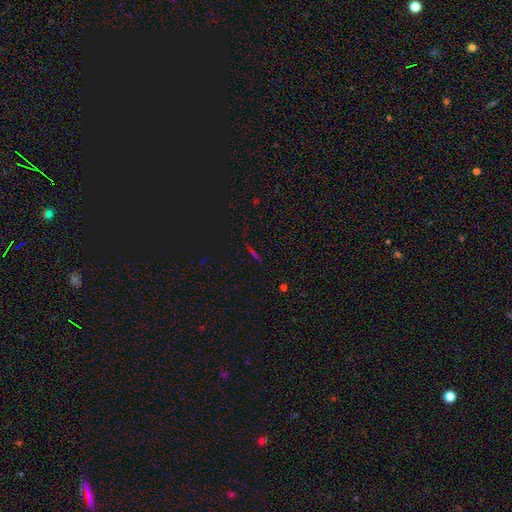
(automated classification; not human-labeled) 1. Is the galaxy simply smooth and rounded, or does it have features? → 44% star or artifact, 29% smooth, 27% featured or disk.